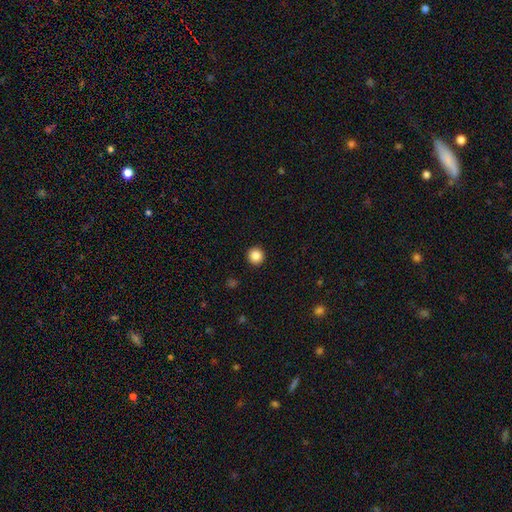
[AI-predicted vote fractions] This appears to be a smooth galaxy with no disk features (86%) that is round (96%). Merging: none (94%).